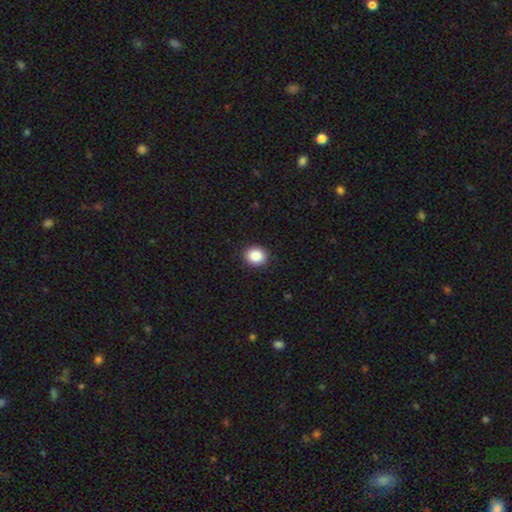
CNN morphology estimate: type=smooth (87%); roundness=round (74%); merging=none (91%).